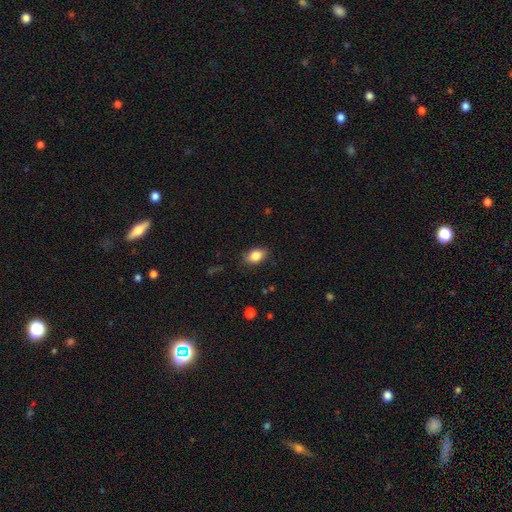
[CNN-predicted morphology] The model was most divided on "how rounded": in between: 84%, round: 14%, cigar-shaped: 2%. More confident: smooth or featured — smooth (85%); merging — none (85%).